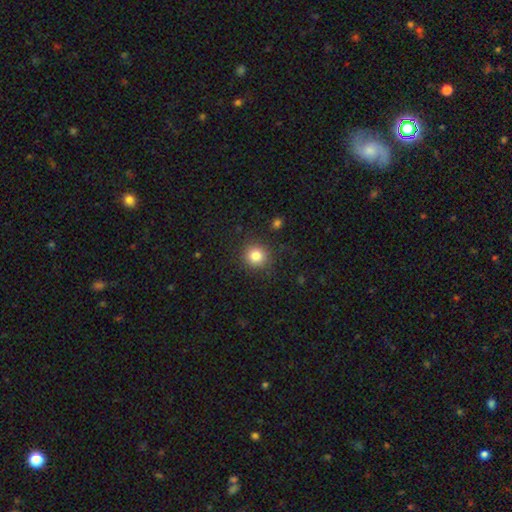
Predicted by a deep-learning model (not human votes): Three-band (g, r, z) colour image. It shows a smooth galaxy with no disk features (83%) that is round (91%). Merging: none (88%).